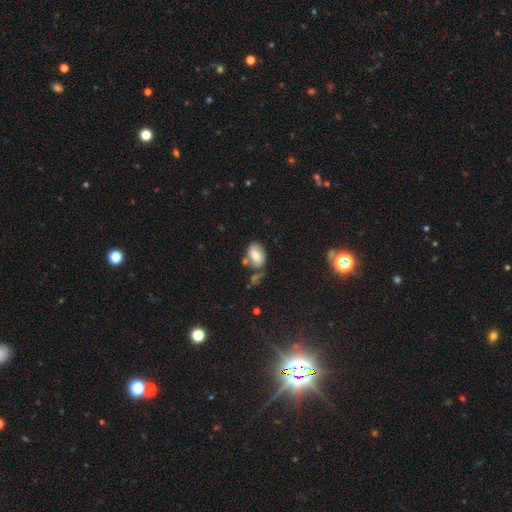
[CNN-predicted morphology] Smooth or featured? smooth (72%)
How rounded? in between (87%)
Merging? none (55%)